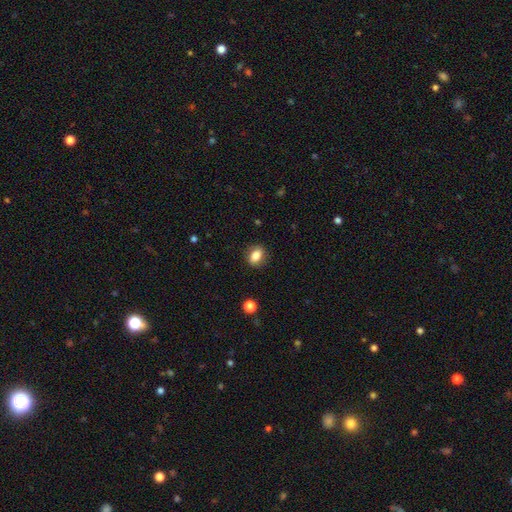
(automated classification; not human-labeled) Morphology: type=smooth (83%); roundness=in between (68%); merging=none (86%).